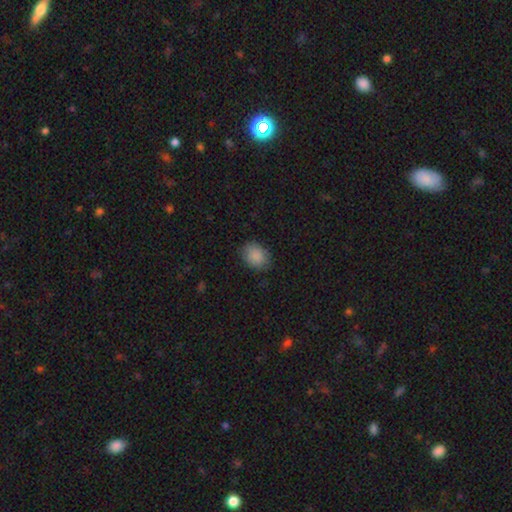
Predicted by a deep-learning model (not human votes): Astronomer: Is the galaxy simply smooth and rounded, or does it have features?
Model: smooth — 87%.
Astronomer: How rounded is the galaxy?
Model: in between — 65%.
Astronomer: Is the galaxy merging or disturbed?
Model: none — 80%.